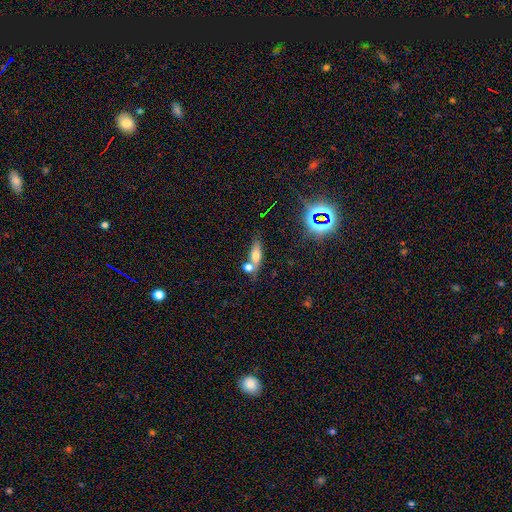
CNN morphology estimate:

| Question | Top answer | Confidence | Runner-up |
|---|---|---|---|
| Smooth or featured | smooth | 62% | featured or disk (21%) |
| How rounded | in between | 60% | cigar-shaped (29%) |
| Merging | none | 42% | tied: merger (42%) |